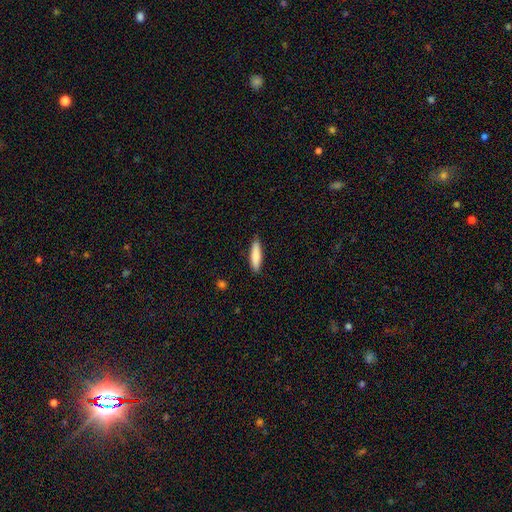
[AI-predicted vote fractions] Smooth or featured?
  - smooth: 82% *
  - featured or disk: 12%
  - star or artifact: 5%
How rounded?
  - cigar-shaped: 75% *
  - in between: 24%
  - round: 1%
Merging?
  - none: 87% *
  - minor disturbance: 10%
  - major disturbance: 2%
  - merger: 1%